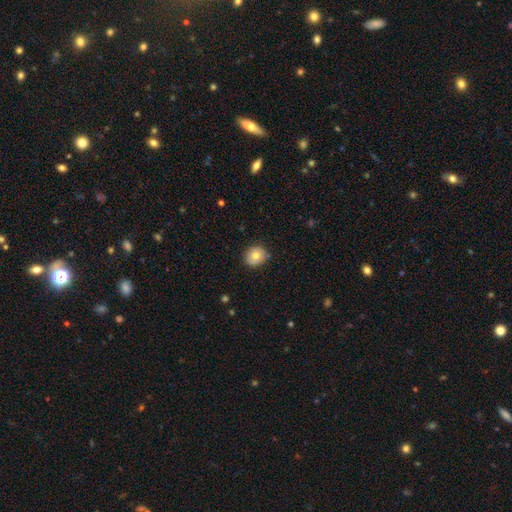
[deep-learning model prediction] Smooth or featured?
  - smooth: 77% *
  - featured or disk: 14%
  - star or artifact: 9%
How rounded?
  - round: 77% *
  - in between: 22%
  - cigar-shaped: 1%
Merging?
  - none: 84% *
  - minor disturbance: 13%
  - major disturbance: 2%
  - merger: 1%